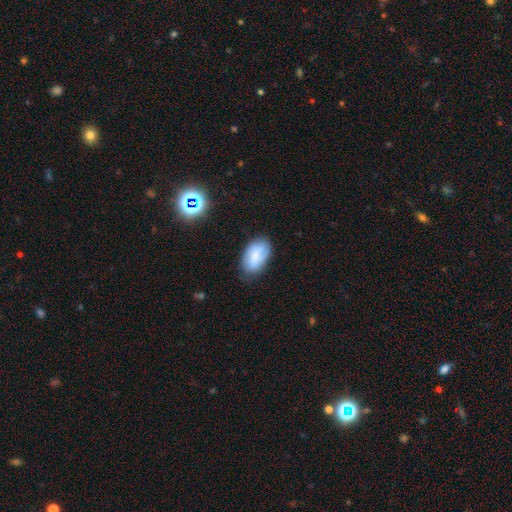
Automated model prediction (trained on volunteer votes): This is likely a smooth galaxy (74%). How rounded: clearly in between (93%). Merging: likely none (71%).